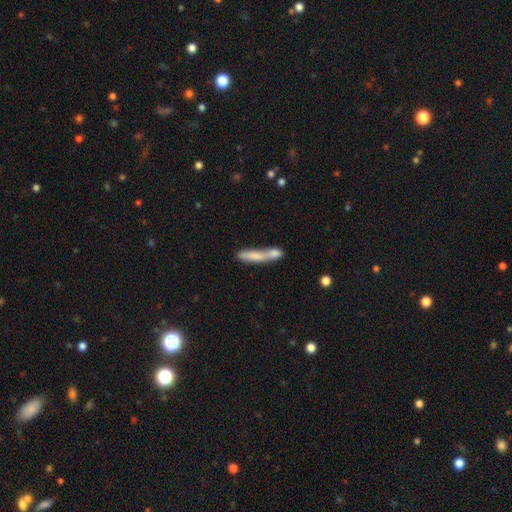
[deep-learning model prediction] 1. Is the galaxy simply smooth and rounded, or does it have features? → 68% smooth, 24% featured or disk, 8% star or artifact.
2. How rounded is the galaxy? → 84% cigar-shaped, 13% in between, 2% round.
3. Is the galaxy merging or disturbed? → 55% merger, 26% none, 12% minor disturbance, 7% major disturbance.